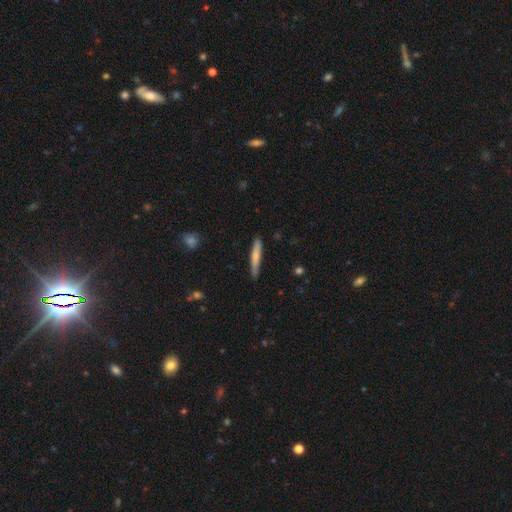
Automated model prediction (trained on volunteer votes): smooth-or-featured: smooth: 69% | featured or disk: 26% | star or artifact: 5%
  how-rounded: cigar-shaped: 94% | in between: 5% | round: 1%
  merging: none: 83% | minor disturbance: 14% | major disturbance: 2% | merger: 1%